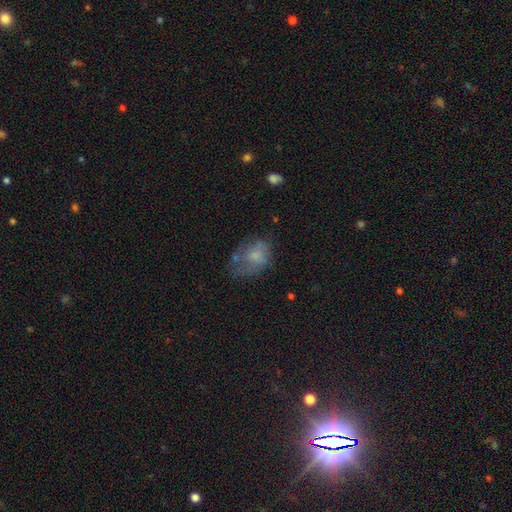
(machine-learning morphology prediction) smooth_or_featured: smooth (p=0.60) [alt: featured or disk p=0.29]
how_rounded: in between (p=0.73) [alt: round p=0.26]
merging: none (p=0.38) [alt: minor disturbance p=0.29]